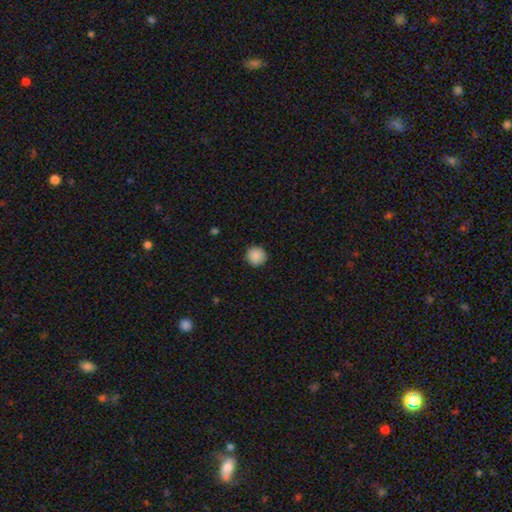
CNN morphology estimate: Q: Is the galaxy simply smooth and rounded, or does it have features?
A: smooth — 89%.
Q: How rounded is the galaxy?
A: round — 95%.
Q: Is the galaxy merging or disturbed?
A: none — 92%.